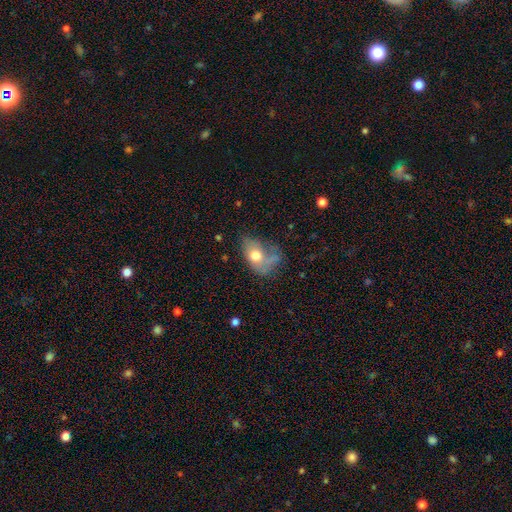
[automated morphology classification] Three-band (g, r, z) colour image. It shows a smooth galaxy with no disk features (64%) that is in between round and cigar-shaped (81%). Merging: major disturbance (35%).